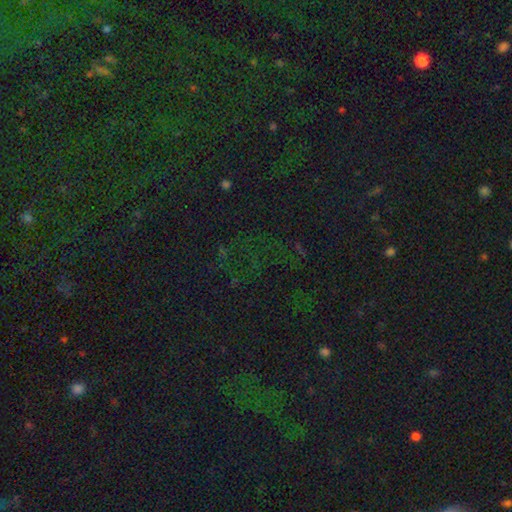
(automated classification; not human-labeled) Q: Smooth or featured?
A: star or artifact (80%); runner-up: smooth (13%)